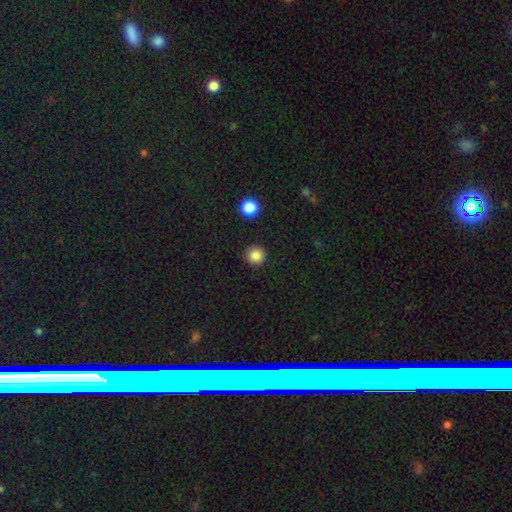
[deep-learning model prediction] Smooth or featured? smooth (86%)
How rounded? round (94%)
Merging? none (91%)